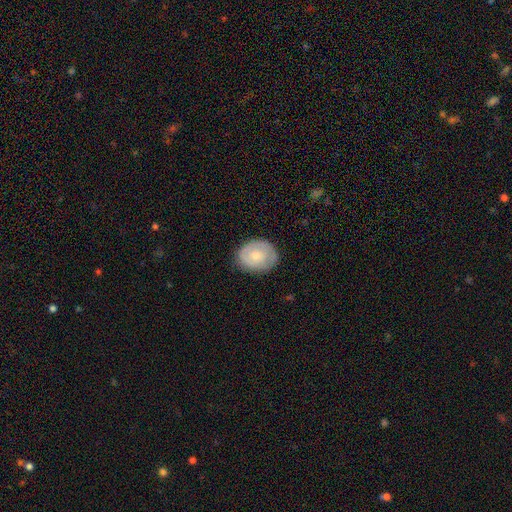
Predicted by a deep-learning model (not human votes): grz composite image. It shows a smooth galaxy with no disk features (56%) that is round (52%). Merging: none (79%).